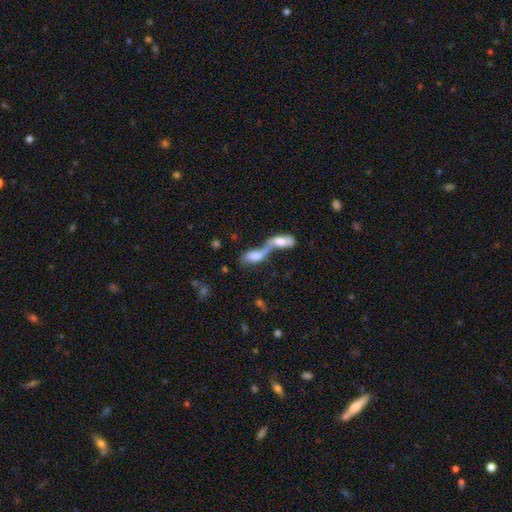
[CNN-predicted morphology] Smooth or featured? smooth (66%)
How rounded? in between (76%)
Merging? merger (83%)